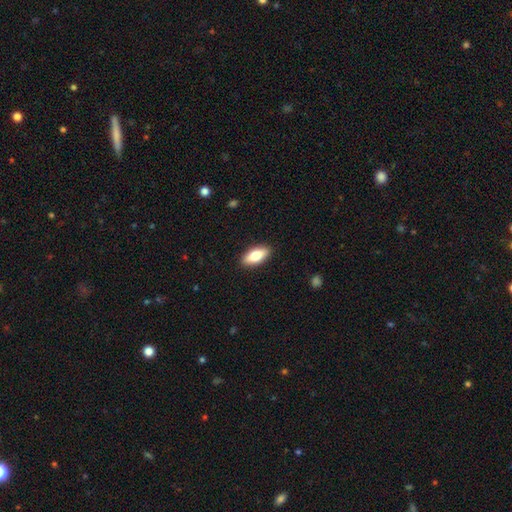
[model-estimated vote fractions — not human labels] This is likely a smooth galaxy (78%). How rounded: clearly in between (82%). Merging: clearly none (89%).